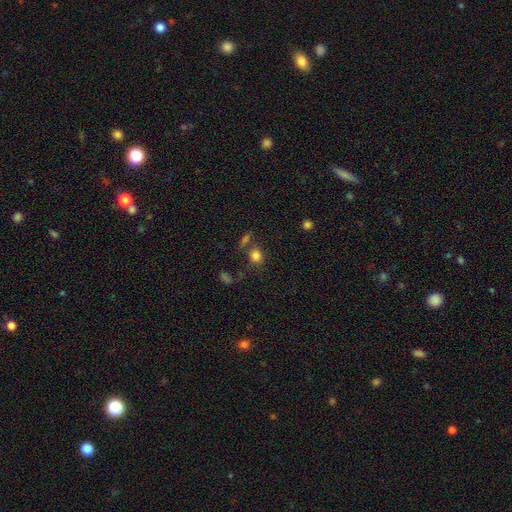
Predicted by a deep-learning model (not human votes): smooth 81%, star or artifact 12%, featured or disk 6%. Down the decision tree: how rounded — round (75%); merging — none (66%).